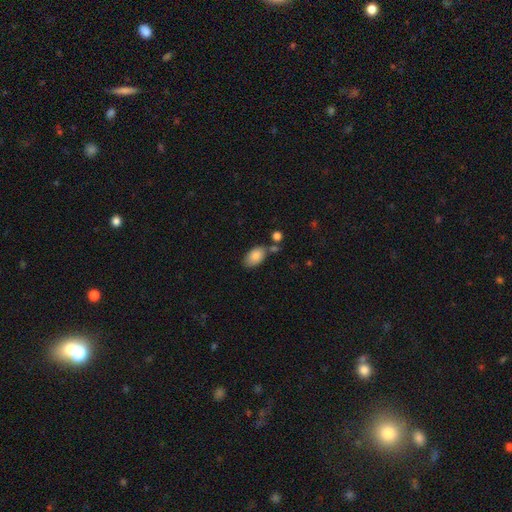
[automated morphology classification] A smooth galaxy with no disk features (85%) that is in between round and cigar-shaped (93%).

Vote fractions:
- Smooth or featured? smooth: 85% / featured or disk: 8% / star or artifact: 7%
- How rounded? in between: 93% / round: 5% / cigar-shaped: 2%
- Merging? none: 67% / minor disturbance: 17% / merger: 12% / major disturbance: 4%